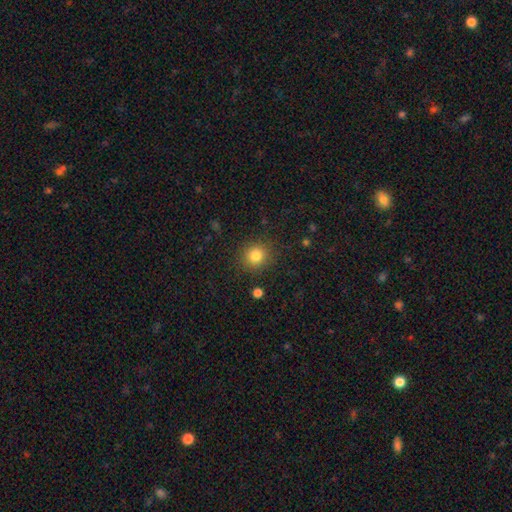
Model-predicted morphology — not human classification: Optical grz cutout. It shows a smooth galaxy with no disk features (82%) that is round (88%). Merging: none (88%).